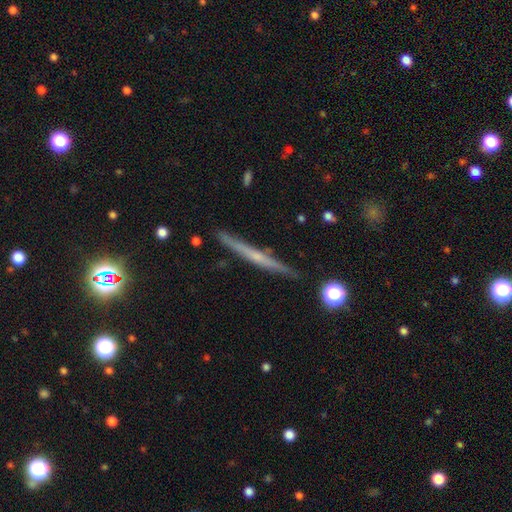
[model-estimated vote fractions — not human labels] Morphology: type=featured or disk (65%); edge-on=yes (97%); edge-on bulge=none (54%); merging=none (88%).